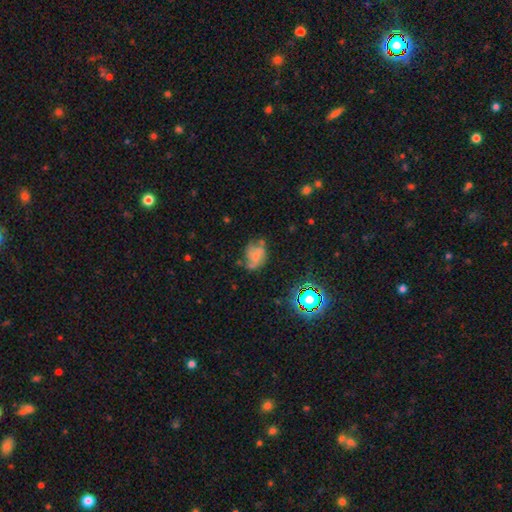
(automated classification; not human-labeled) Smooth or featured: featured or disk — 45% (smooth — 39%)
Merging: none — 40% (minor disturbance — 29%)